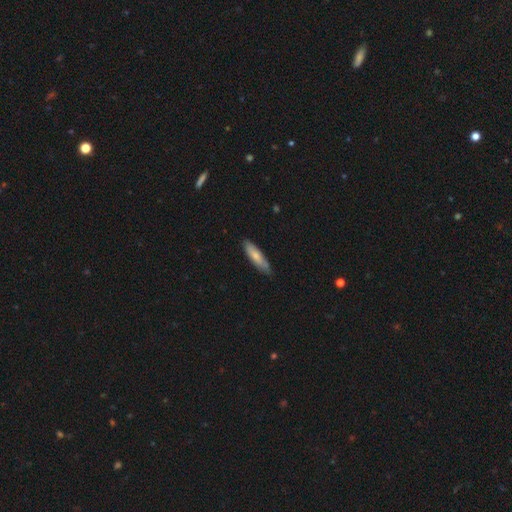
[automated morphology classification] This is likely a smooth galaxy (72%). How rounded: likely cigar-shaped (67%). Merging: likely none (78%).